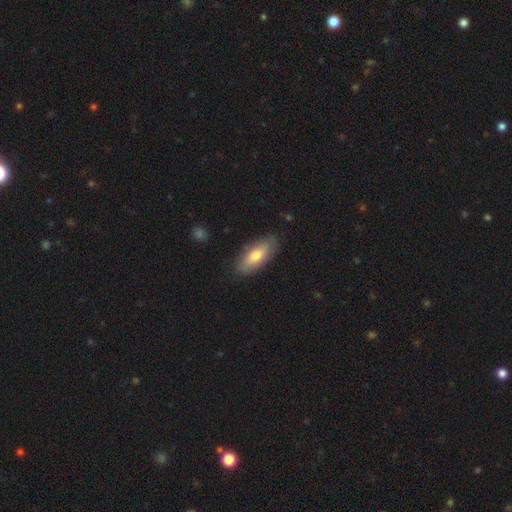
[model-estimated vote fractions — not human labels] Smooth or featured?
  - smooth: 74% *
  - featured or disk: 20%
  - star or artifact: 6%
How rounded?
  - in between: 81% *
  - cigar-shaped: 17%
  - round: 2%
Merging?
  - none: 84% *
  - minor disturbance: 12%
  - major disturbance: 3%
  - merger: 1%